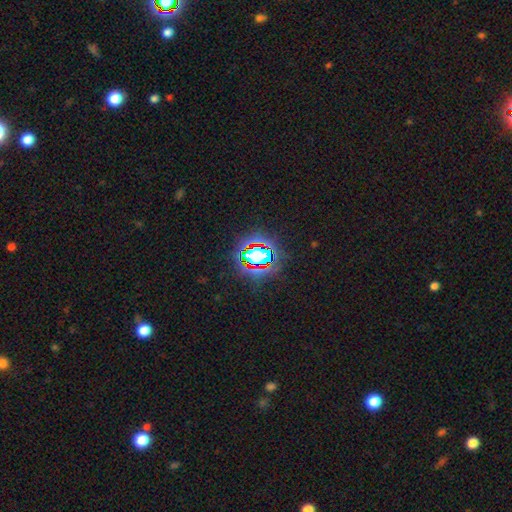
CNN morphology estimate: Smooth or featured? Predicted: star or artifact (p=0.68).